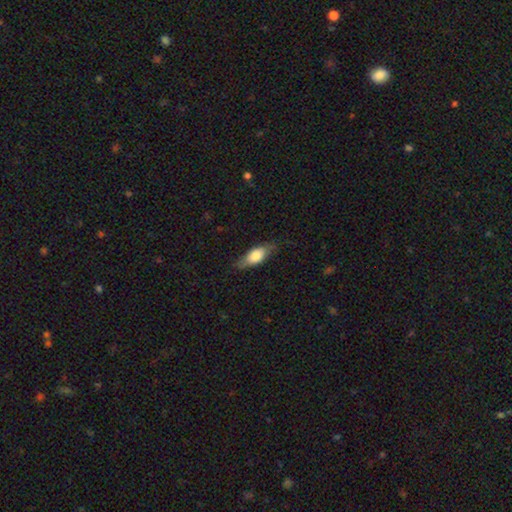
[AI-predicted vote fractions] The model was most divided on "smooth or featured": smooth: 69%, featured or disk: 24%, star or artifact: 6%. More confident: merging — none (75%); how rounded — in between (72%).